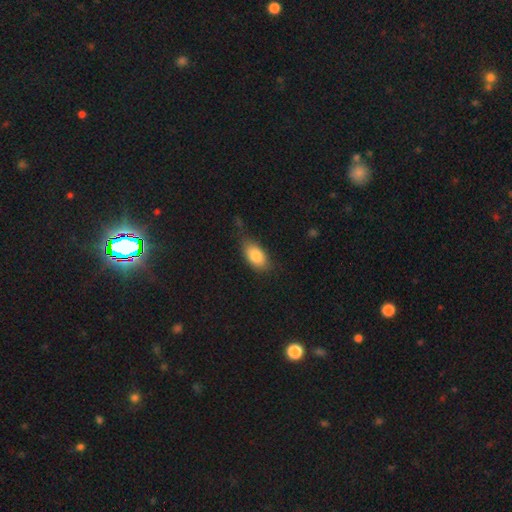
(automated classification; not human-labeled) Smooth or featured: smooth — 83% (featured or disk — 10%)
How rounded: in between — 90% (round — 6%)
Merging: none — 66% (minor disturbance — 25%)